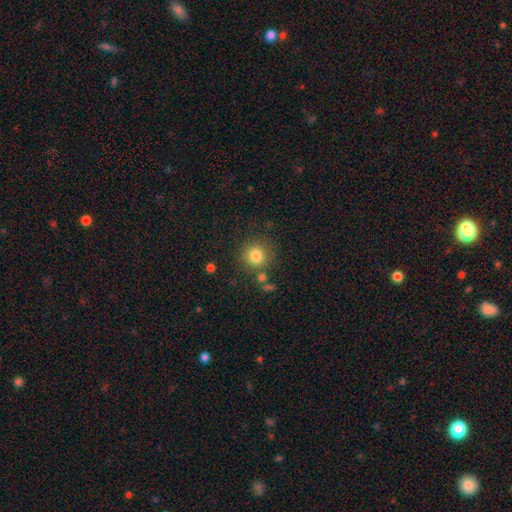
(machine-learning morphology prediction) A smooth galaxy with no disk features (82%) that is round (93%).

Vote fractions:
- Smooth or featured? smooth: 82% / star or artifact: 12% / featured or disk: 7%
- How rounded? round: 93% / in between: 7% / cigar-shaped: 1%
- Merging? none: 80% / minor disturbance: 9% / merger: 7% / major disturbance: 4%